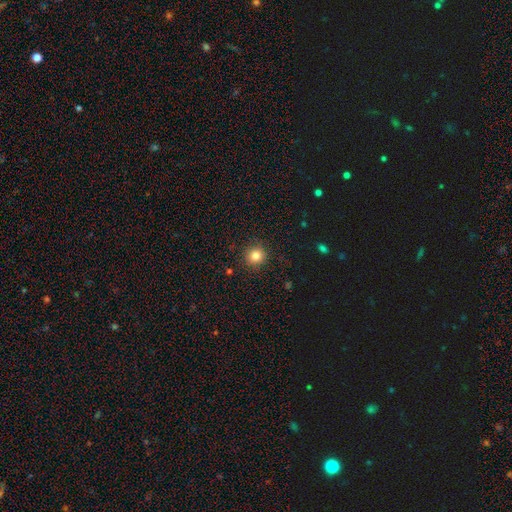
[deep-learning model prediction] smooth 84%, star or artifact 11%, featured or disk 5%. Down the decision tree: how rounded — round (92%); merging — none (90%).